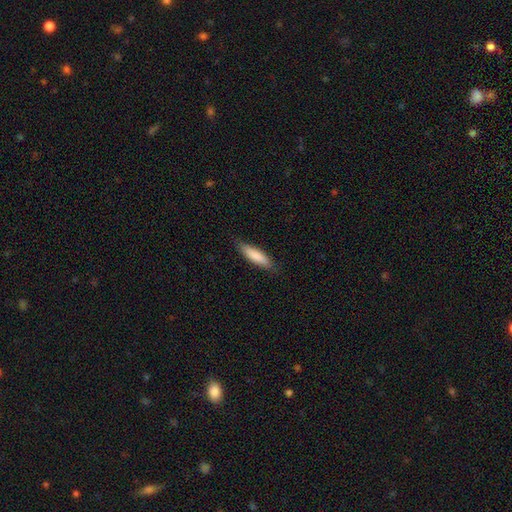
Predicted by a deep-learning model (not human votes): Q: Smooth or featured?
A: smooth (83%); runner-up: featured or disk (11%)
Q: How rounded?
A: cigar-shaped (69%); runner-up: in between (30%)
Q: Merging?
A: none (85%); runner-up: minor disturbance (12%)